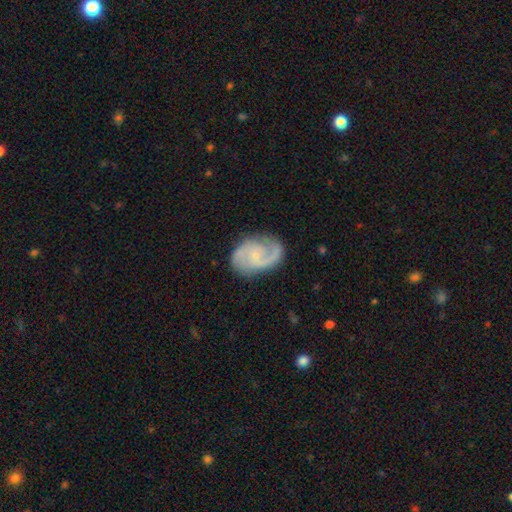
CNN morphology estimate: smooth-or-featured: featured or disk: 84% | smooth: 11% | star or artifact: 5%
  disk-edge-on: no: 98% | yes: 2%
    bar: no: 59% | weak: 36% | strong: 5%
    has-spiral-arms: yes: 97% | no: 3%
      spiral-winding: medium: 53% | tight: 25% | loose: 23%
      spiral-arm-count: 2: 87% | can't tell: 4% | 1: 4% | 3: 2% | 4: 1% | more than 4: 1%
    bulge-size: small: 68% | moderate: 17% | none: 13% | large: 1% | dominant: 1%
  merging: none: 76% | minor disturbance: 16% | major disturbance: 6% | merger: 1%